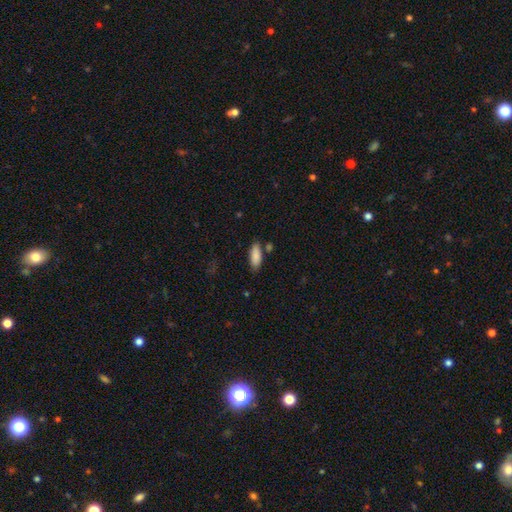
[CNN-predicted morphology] Overall: smooth (88%). How rounded: in between (76%). Merging: none (76%).